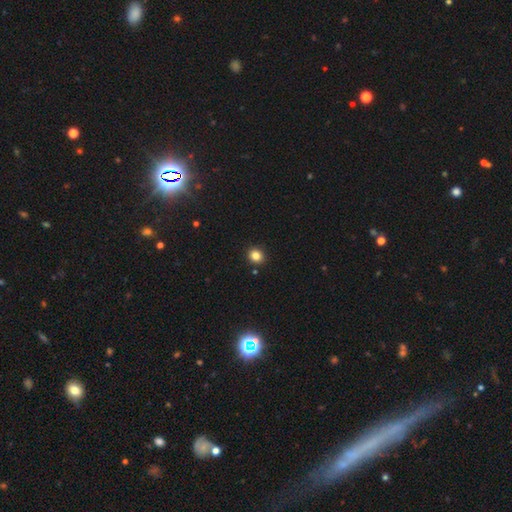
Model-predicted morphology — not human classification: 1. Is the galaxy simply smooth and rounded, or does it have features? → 83% smooth, 12% star or artifact, 5% featured or disk.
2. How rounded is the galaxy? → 83% round, 16% in between, 1% cigar-shaped.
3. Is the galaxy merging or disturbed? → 91% none, 6% minor disturbance, 2% merger, 2% major disturbance.